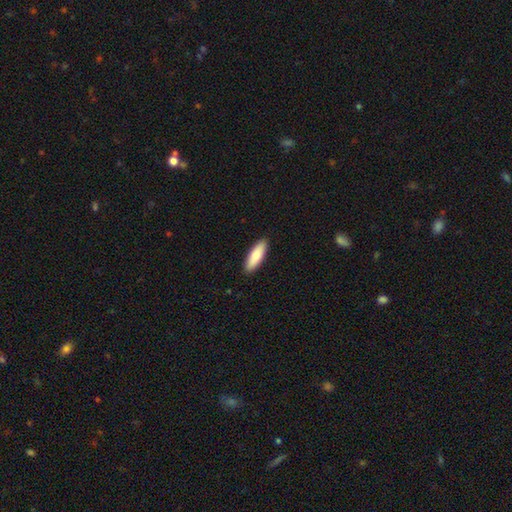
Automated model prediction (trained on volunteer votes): The model was most divided on "how rounded" (2-way tie): in between: 49%, cigar-shaped: 49%, round: 2%. More confident: merging — none (91%); smooth or featured — smooth (76%).